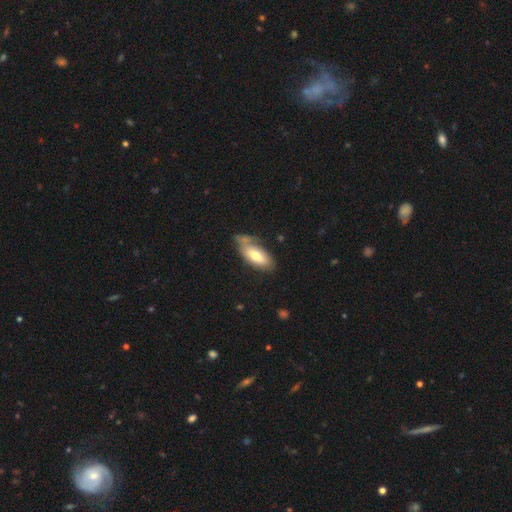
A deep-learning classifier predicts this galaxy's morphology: smooth-or-featured: smooth: 68% | featured or disk: 26% | star or artifact: 6%
  how-rounded: in between: 83% | cigar-shaped: 15% | round: 2%
  merging: none: 50% | minor disturbance: 27% | merger: 14% | major disturbance: 10%